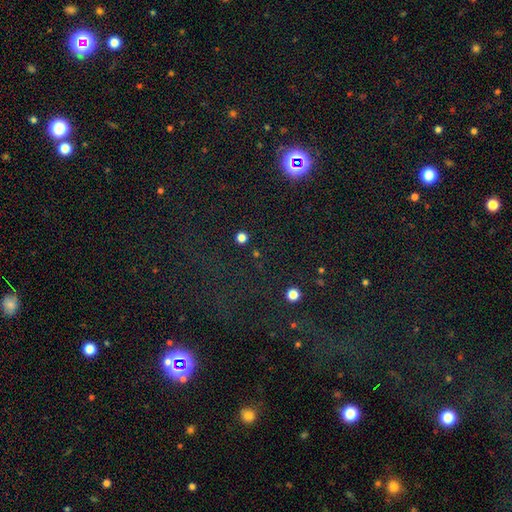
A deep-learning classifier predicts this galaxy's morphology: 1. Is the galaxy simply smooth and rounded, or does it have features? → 74% star or artifact, 18% smooth, 8% featured or disk.